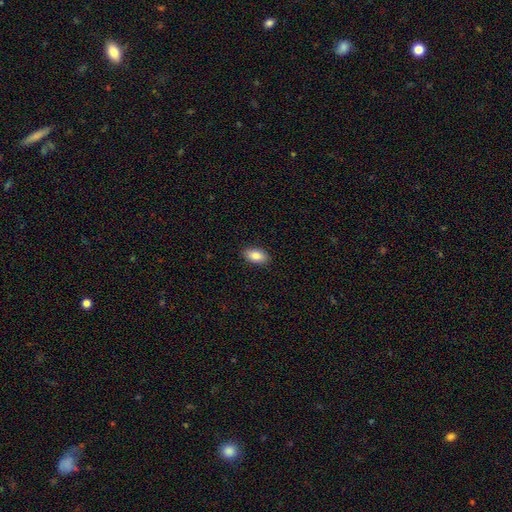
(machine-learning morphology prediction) The model was most divided on "smooth or featured": smooth: 87%, star or artifact: 7%, featured or disk: 6%. More confident: how rounded — in between (93%); merging — none (89%).